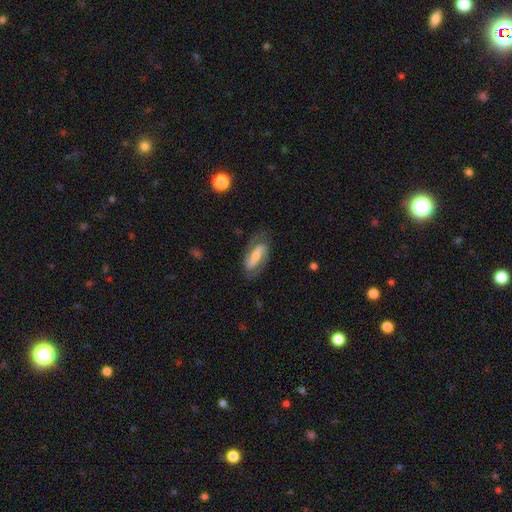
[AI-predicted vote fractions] Smooth or featured? Predicted: featured or disk (p=0.80). Edge-on disk? Predicted: no (p=0.94). Bar? Predicted: strong (p=0.54). Spiral arms? Predicted: yes (p=0.94). Spiral winding? Predicted: medium (p=0.48). Spiral arm count? Predicted: 2 (p=0.90). Bulge size? Predicted: moderate (p=0.42). Merging? Predicted: none (p=0.79).